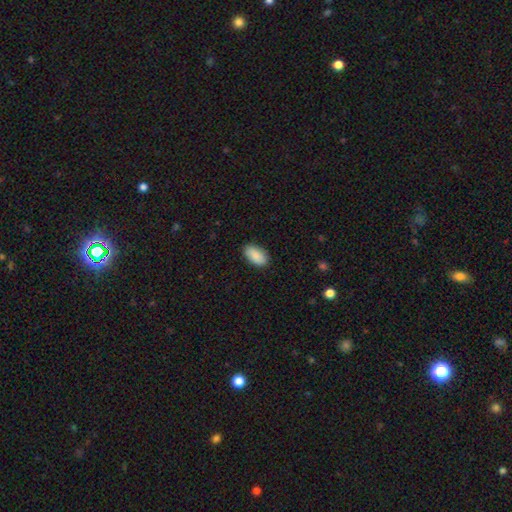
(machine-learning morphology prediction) Smooth or featured: smooth — 90% (star or artifact — 6%)
How rounded: in between — 93% (cigar-shaped — 3%)
Merging: none — 88% (minor disturbance — 9%)